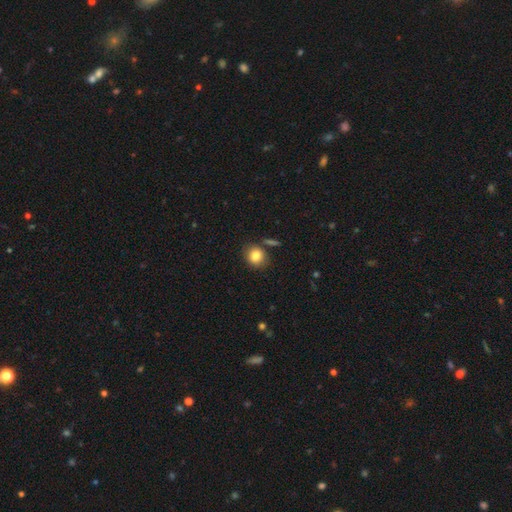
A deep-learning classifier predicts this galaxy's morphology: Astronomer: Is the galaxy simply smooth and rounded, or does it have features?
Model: smooth — 84%.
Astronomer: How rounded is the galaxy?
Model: round — 77%.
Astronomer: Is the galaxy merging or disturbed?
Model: none — 78%.